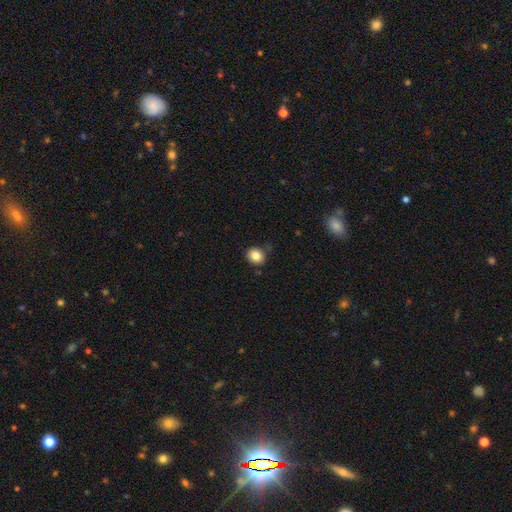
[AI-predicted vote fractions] This is clearly a smooth galaxy (84%). How rounded: likely round (71%). Merging: clearly none (82%).